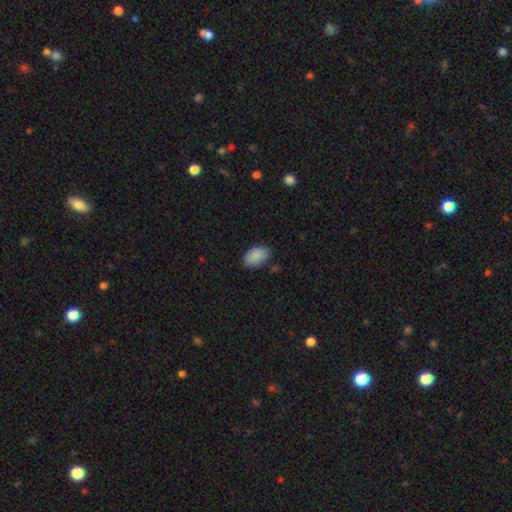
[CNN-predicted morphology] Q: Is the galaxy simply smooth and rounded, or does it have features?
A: smooth — 89%.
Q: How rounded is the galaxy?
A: in between — 93%.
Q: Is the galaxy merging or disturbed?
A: none — 82%.